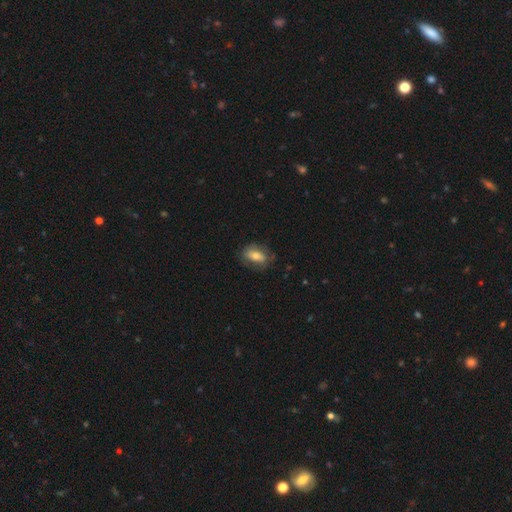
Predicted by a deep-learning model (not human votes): Smooth or featured? smooth (61%)
How rounded? in between (82%)
Merging? none (71%)